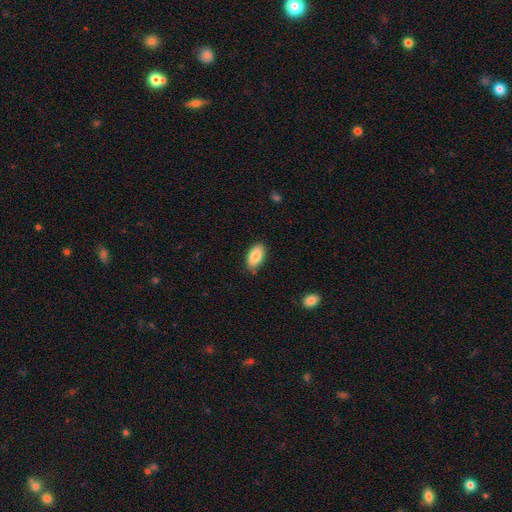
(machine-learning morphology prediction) A smooth galaxy with no disk features (87%) that is in between round and cigar-shaped (94%). Merging: none (84%).